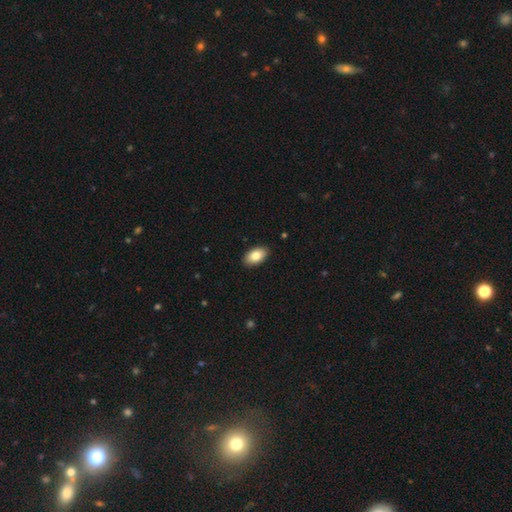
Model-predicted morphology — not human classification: A smooth galaxy with no disk features (82%) that is in between round and cigar-shaped (94%). Merging: none (90%).